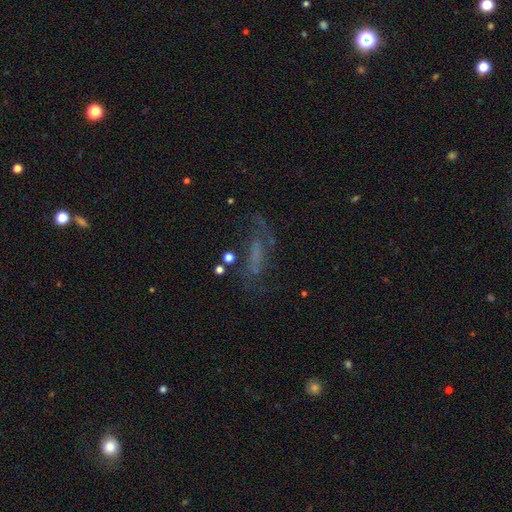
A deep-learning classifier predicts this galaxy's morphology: Q: Smooth or featured?
A: featured or disk (54%); runner-up: smooth (26%)
Q: Edge-on disk?
A: no (87%); runner-up: yes (13%)
Q: Merging?
A: none (52%); runner-up: major disturbance (23%)